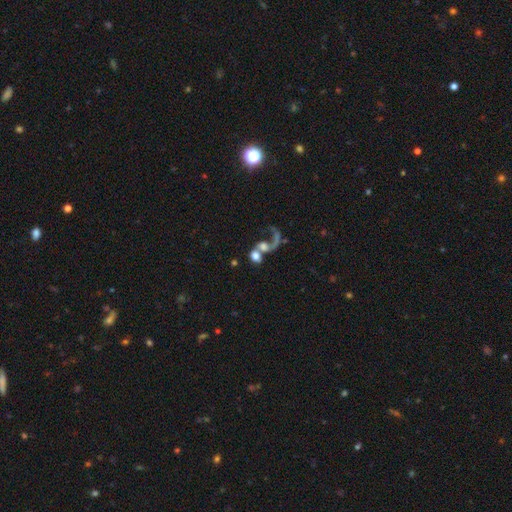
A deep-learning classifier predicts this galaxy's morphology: A smooth galaxy with no disk features (49%). Merging: merger (60%).